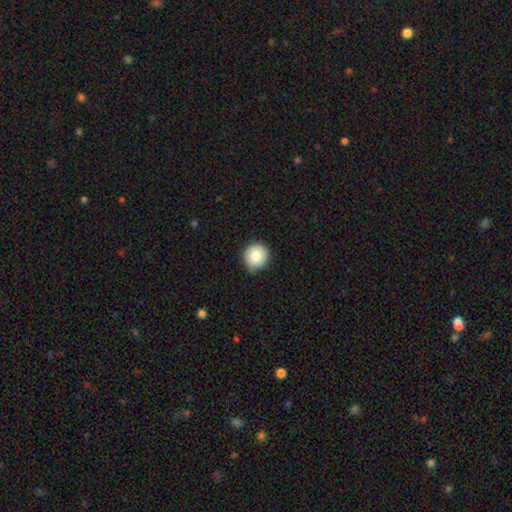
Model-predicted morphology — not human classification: Smooth or featured: smooth — 84% (star or artifact — 9%)
How rounded: round — 93% (in between — 6%)
Merging: none — 80% (minor disturbance — 16%)